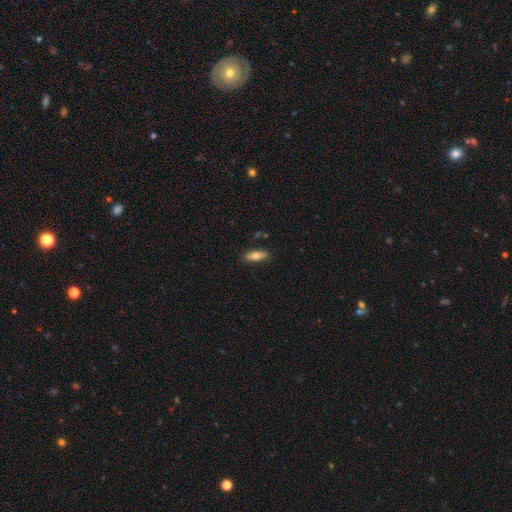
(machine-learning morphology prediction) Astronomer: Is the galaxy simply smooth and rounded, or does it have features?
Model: smooth — 72%.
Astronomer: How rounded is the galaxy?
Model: in between — 65%.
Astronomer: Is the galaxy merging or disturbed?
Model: none — 84%.